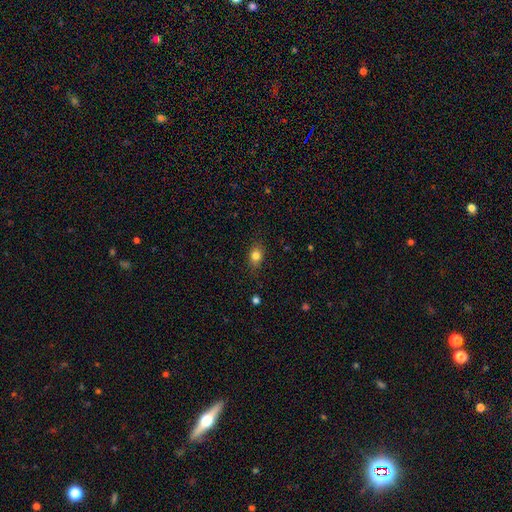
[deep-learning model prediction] The model was most divided on "how rounded": in between: 66%, round: 32%, cigar-shaped: 3%. More confident: merging — none (83%); smooth or featured — smooth (81%).